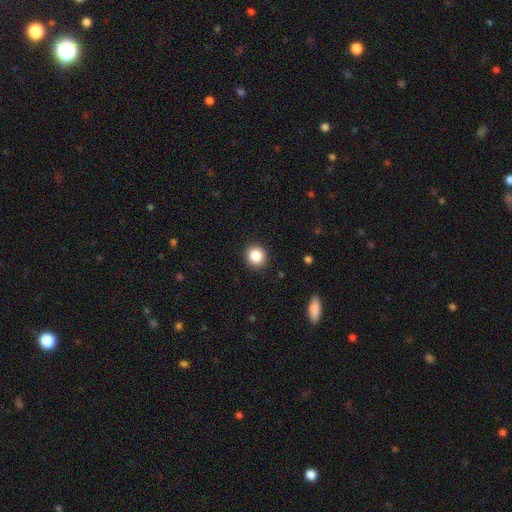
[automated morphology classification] smooth_or_featured: smooth (p=0.87) [alt: star or artifact p=0.10]
how_rounded: round (p=0.89) [alt: in between p=0.10]
merging: none (p=0.90) [alt: minor disturbance p=0.07]